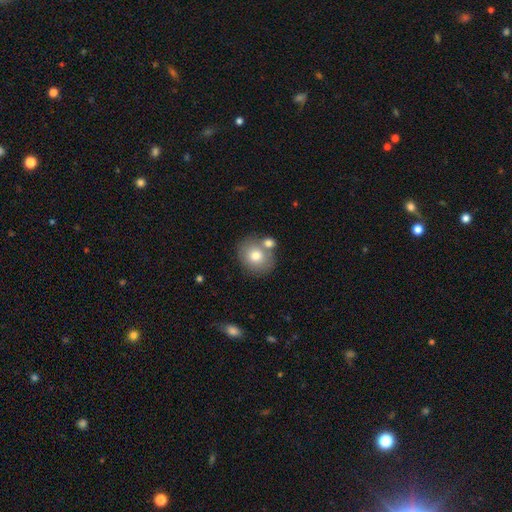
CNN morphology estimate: type=smooth (76%); roundness=round (74%); merging=none (62%).